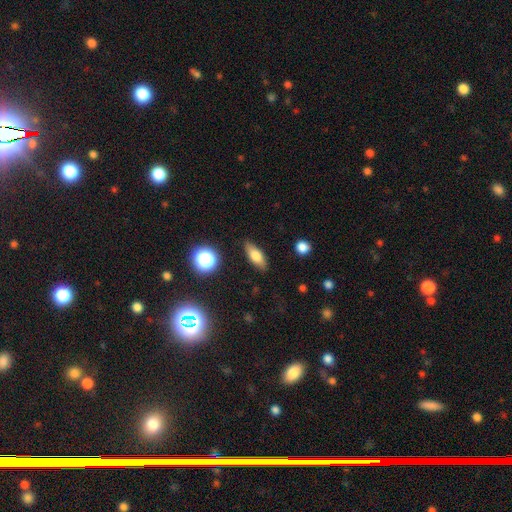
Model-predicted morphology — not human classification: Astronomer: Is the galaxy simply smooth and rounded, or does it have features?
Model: smooth — 68%.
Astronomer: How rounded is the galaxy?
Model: in between — 69%.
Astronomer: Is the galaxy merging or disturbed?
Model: none — 85%.